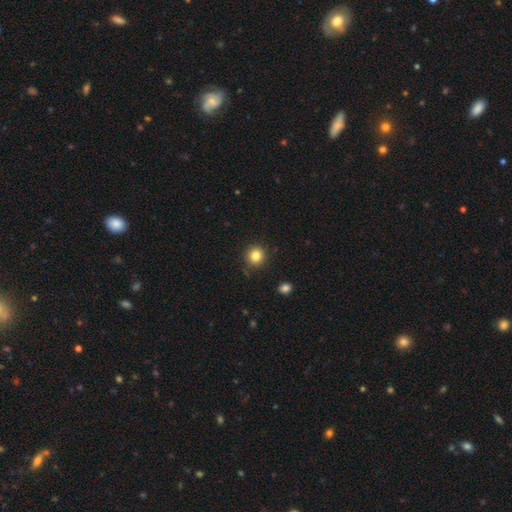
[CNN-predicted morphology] smooth 83%, star or artifact 11%, featured or disk 6%. Down the decision tree: how rounded — round (93%); merging — none (87%).